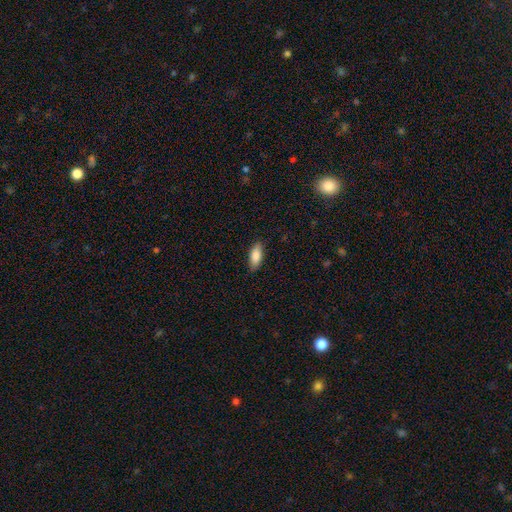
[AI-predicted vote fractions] Overall: smooth (85%). How rounded: in between (79%). Merging: none (85%).